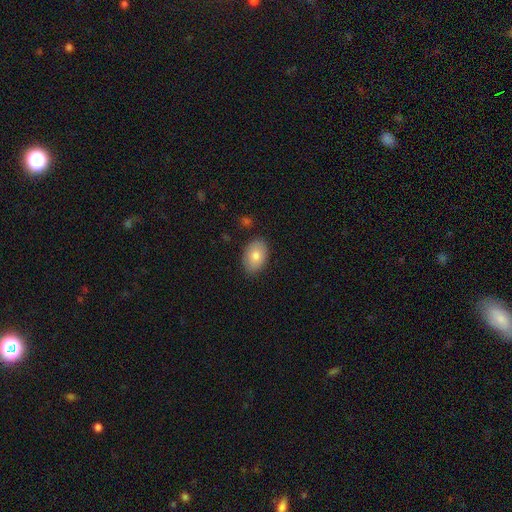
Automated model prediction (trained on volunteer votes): Q: Smooth or featured?
A: smooth (80%); runner-up: featured or disk (13%)
Q: How rounded?
A: in between (85%); runner-up: round (14%)
Q: Merging?
A: none (85%); runner-up: minor disturbance (11%)